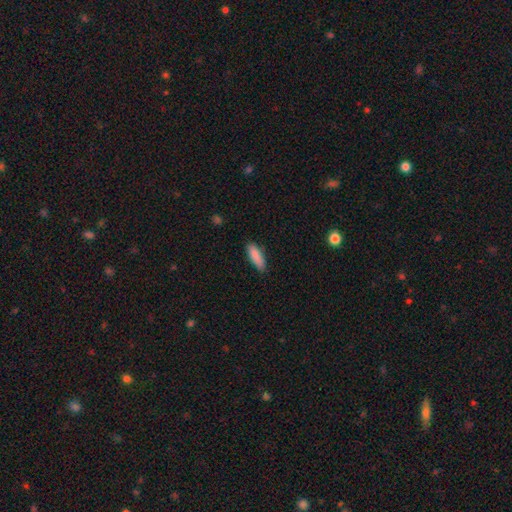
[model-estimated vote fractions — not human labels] This appears to be a smooth galaxy with no disk features (87%) that is in between round and cigar-shaped (57%). Merging: none (82%).